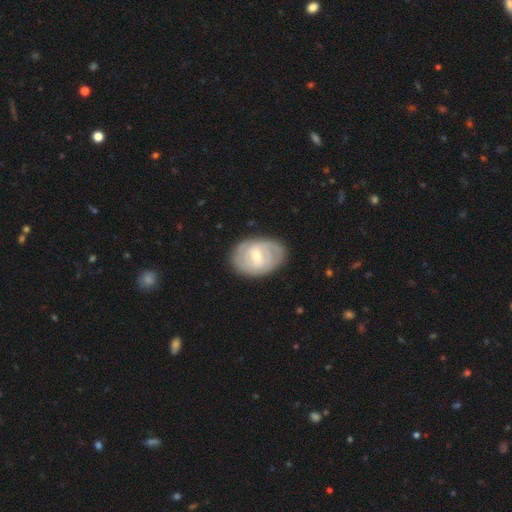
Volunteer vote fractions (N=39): This appears to be a featured or disk galaxy (56%) with no bar (43%), tight (71%) spiral arms (67%) and a moderate central bulge (43%, tied with small). Merging: none (68%).